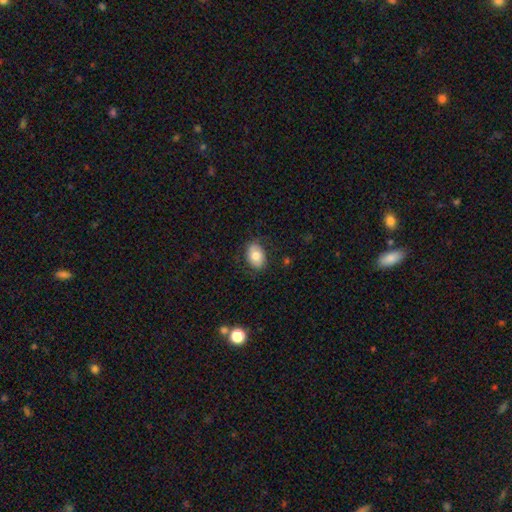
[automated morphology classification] A smooth galaxy with no disk features (77%) that is in between round and cigar-shaped (83%).

Vote fractions:
- Smooth or featured? smooth: 77% / featured or disk: 16% / star or artifact: 7%
- How rounded? in between: 83% / round: 16% / cigar-shaped: 1%
- Merging? none: 80% / minor disturbance: 15% / major disturbance: 4% / merger: 1%